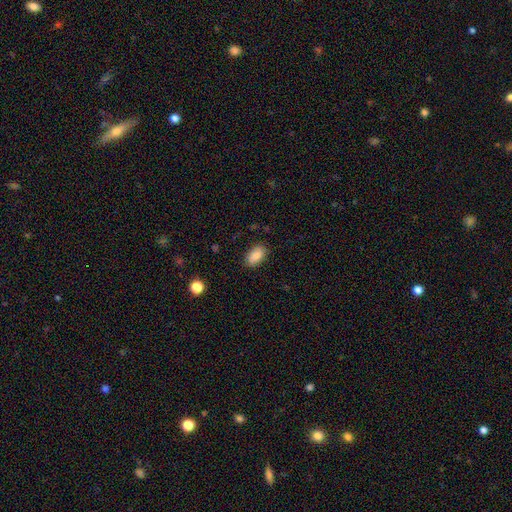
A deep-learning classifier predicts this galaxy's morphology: Smooth or featured? smooth (87%)
How rounded? in between (92%)
Merging? none (85%)